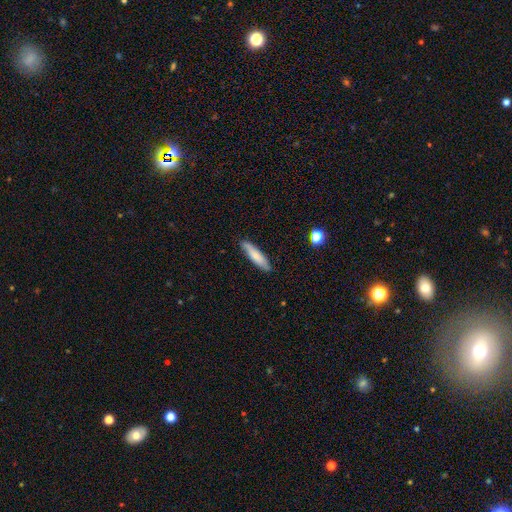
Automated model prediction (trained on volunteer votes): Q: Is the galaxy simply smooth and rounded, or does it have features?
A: smooth — 76%.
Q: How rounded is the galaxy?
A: cigar-shaped — 77%.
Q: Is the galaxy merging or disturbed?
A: none — 86%.